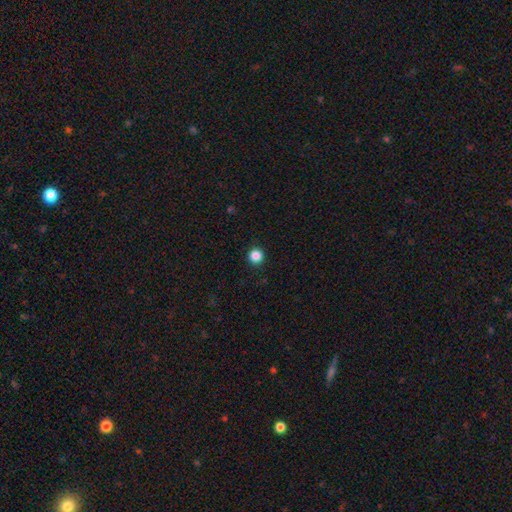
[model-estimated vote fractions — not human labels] Overall: smooth (86%). How rounded: round (95%). Merging: none (93%).